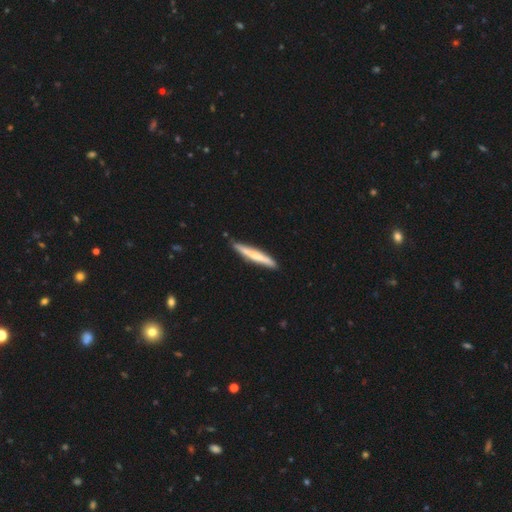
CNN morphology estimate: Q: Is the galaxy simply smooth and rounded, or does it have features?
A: smooth — 52%.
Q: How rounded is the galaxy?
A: cigar-shaped — 95%.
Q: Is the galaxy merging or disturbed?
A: none — 85%.